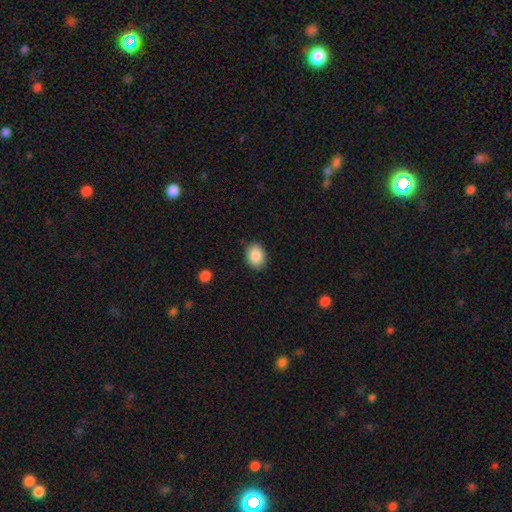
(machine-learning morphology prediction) Smooth or featured? smooth (88%)
How rounded? in between (59%)
Merging? none (87%)